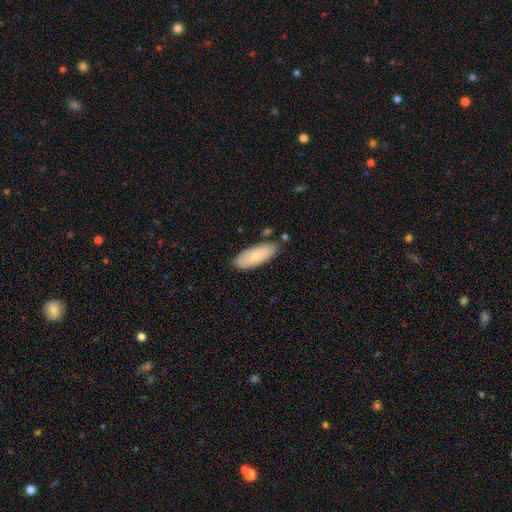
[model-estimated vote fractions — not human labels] Smooth or featured? Predicted: smooth (p=0.77). How rounded? Predicted: in between (p=0.79). Merging? Predicted: none (p=0.80).